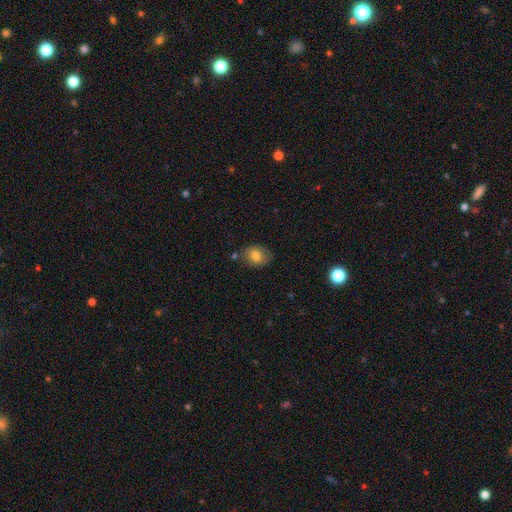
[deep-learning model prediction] Smooth or featured: smooth — 77% (featured or disk — 14%)
How rounded: in between — 64% (round — 34%)
Merging: none — 74% (minor disturbance — 18%)